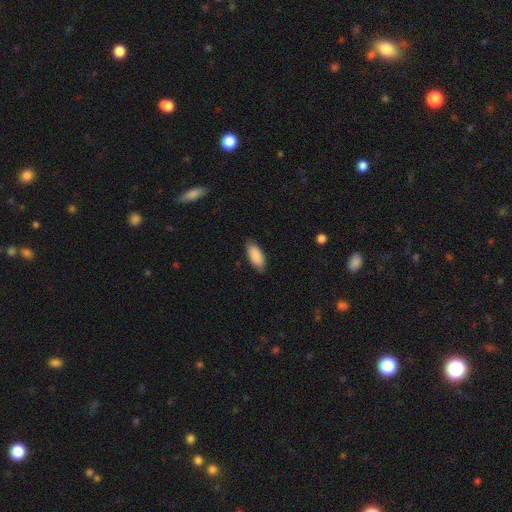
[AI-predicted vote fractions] smooth_or_featured: smooth (p=0.88) [alt: featured or disk p=0.06]
how_rounded: in between (p=0.85) [alt: cigar-shaped p=0.14]
merging: none (p=0.81) [alt: minor disturbance p=0.15]